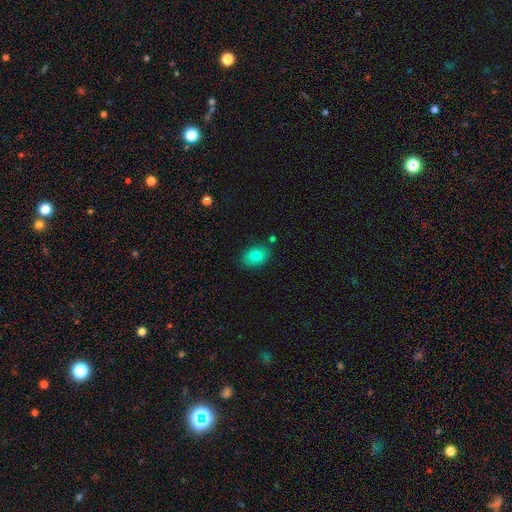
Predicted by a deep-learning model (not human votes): Smooth or featured? Predicted: smooth (p=0.83). How rounded? Predicted: in between (p=0.78). Merging? Predicted: none (p=0.82).